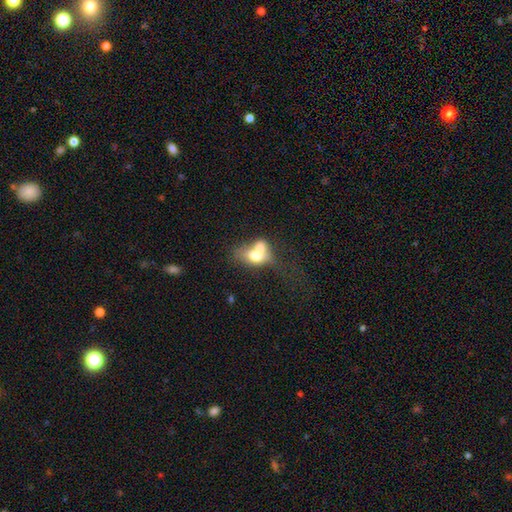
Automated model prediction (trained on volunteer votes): This is likely a smooth galaxy (62%). How rounded: likely in between (71%). Merging: likely merger (68%).